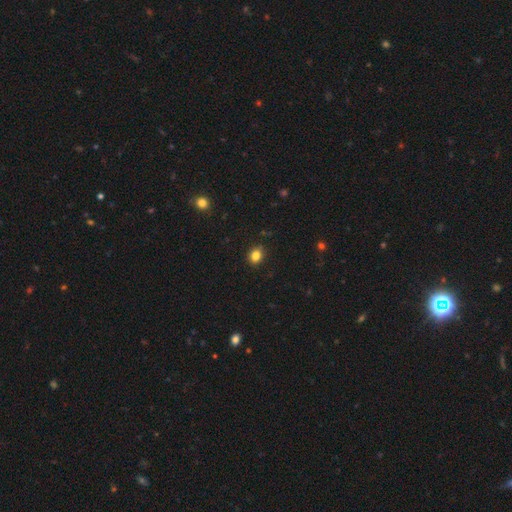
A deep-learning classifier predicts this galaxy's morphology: A smooth galaxy with no disk features (84%) that is round (63%). Merging: none (89%).